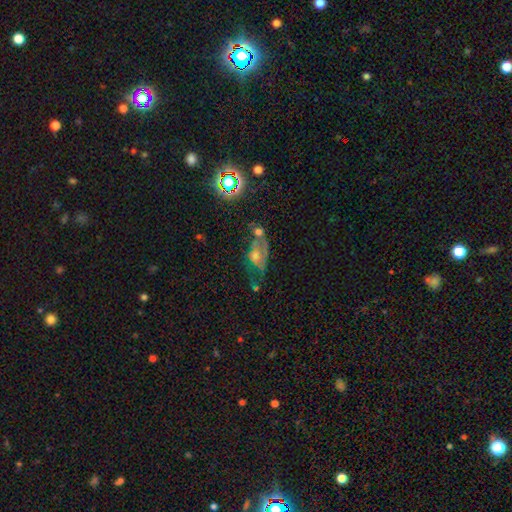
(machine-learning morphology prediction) smooth-or-featured: featured or disk: 51% | smooth: 26% | star or artifact: 23%
  disk-edge-on: no: 91% | yes: 9%
  merging: none: 32% | major disturbance: 29% | minor disturbance: 22% | merger: 17%